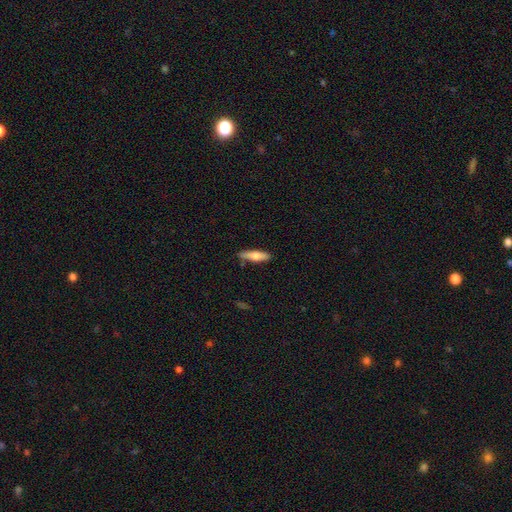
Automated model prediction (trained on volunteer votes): smooth-or-featured: smooth: 68% | featured or disk: 26% | star or artifact: 6%
  how-rounded: cigar-shaped: 71% | in between: 28% | round: 2%
  merging: none: 82% | minor disturbance: 13% | merger: 2% | major disturbance: 2%